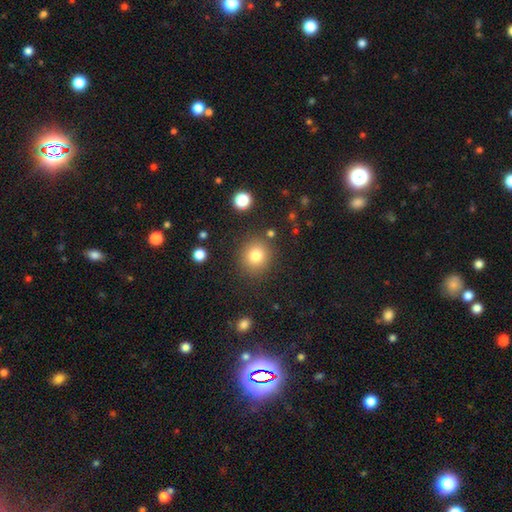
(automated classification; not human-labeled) A smooth galaxy with no disk features (81%) that is round (87%). Merging: none (85%).